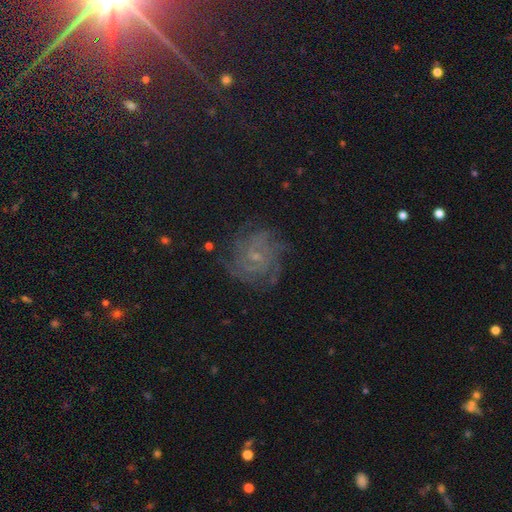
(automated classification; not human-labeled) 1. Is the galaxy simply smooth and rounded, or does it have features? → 62% featured or disk, 23% star or artifact, 15% smooth.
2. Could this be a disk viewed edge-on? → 97% no, 3% yes.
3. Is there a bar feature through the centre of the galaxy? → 66% no, 28% weak, 6% strong.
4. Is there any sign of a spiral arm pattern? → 93% yes, 7% no.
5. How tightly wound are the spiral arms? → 57% tight, 33% medium, 10% loose.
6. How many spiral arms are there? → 37% can't tell, 17% 4, 14% 3, 12% more than 4, 11% 2, 9% 1.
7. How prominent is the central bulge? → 77% small, 16% moderate, 5% none, 1% large, 1% dominant.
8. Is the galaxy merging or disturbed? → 79% none, 13% minor disturbance, 7% major disturbance, 1% merger.